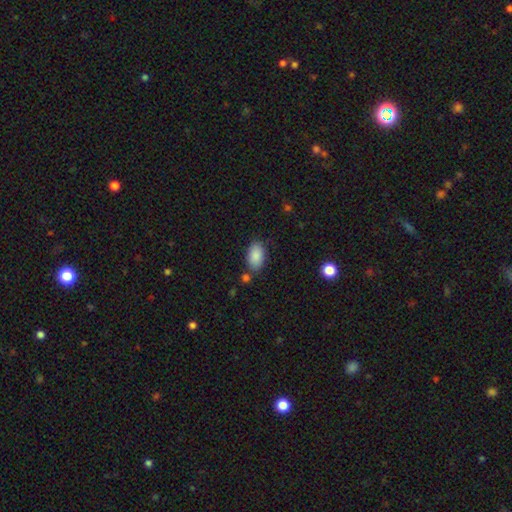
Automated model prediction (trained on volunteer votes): Overall: smooth (88%). How rounded: in between (93%). Merging: none (76%).